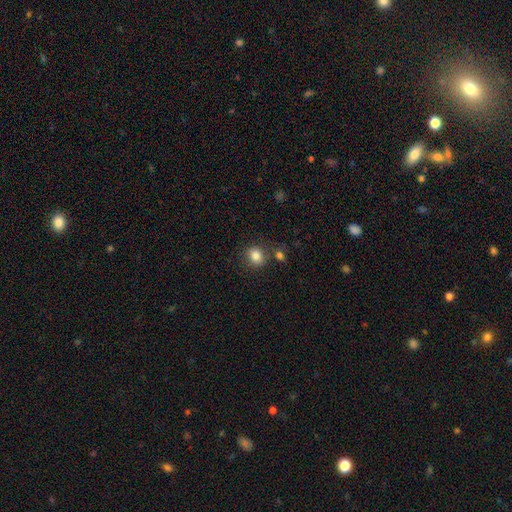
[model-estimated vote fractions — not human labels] Q: Smooth or featured?
A: smooth (84%); runner-up: star or artifact (11%)
Q: How rounded?
A: round (69%); runner-up: in between (31%)
Q: Merging?
A: none (76%); runner-up: minor disturbance (11%)